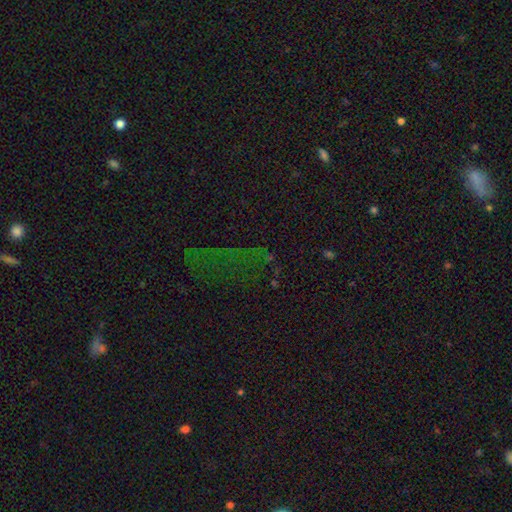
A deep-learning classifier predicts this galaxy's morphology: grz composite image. It shows a star or artifact, not a galaxy (69%).